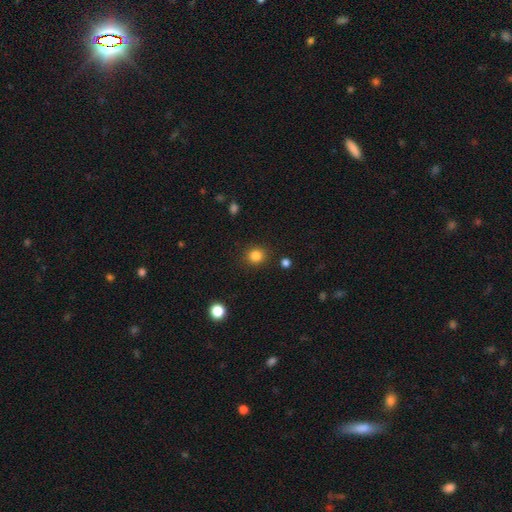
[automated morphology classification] Smooth or featured? Predicted: smooth (p=0.84). How rounded? Predicted: round (p=0.86). Merging? Predicted: none (p=0.88).